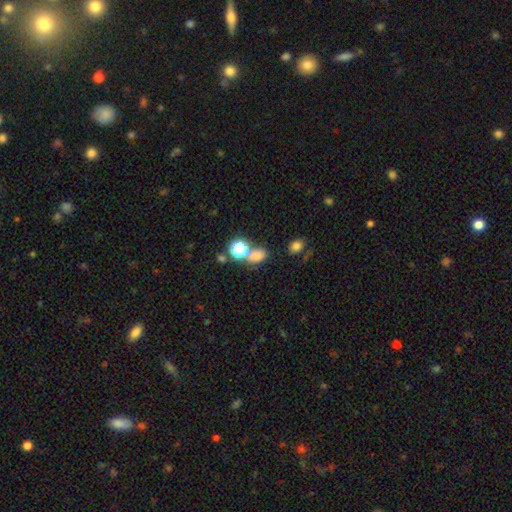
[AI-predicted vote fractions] A smooth galaxy with no disk features (72%) that is in between round and cigar-shaped (55%). Merging: none (51%).